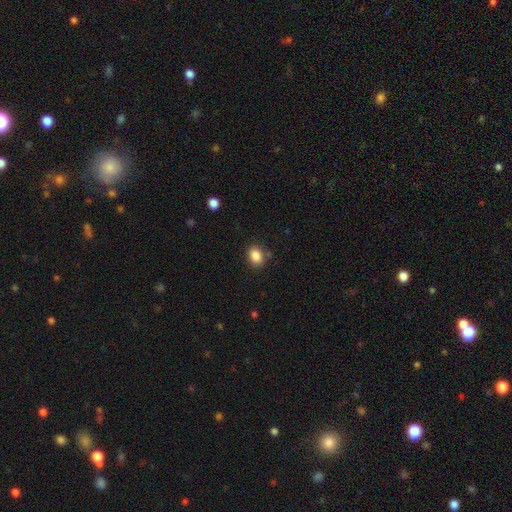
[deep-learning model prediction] Smooth or featured? Predicted: smooth (p=0.86). How rounded? Predicted: in between (p=0.70). Merging? Predicted: none (p=0.81).